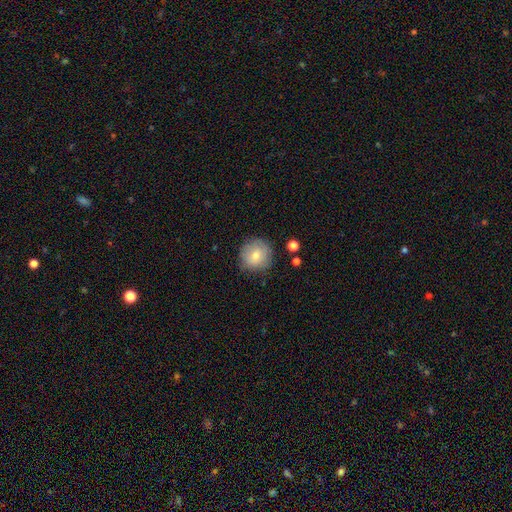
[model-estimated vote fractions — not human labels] A smooth galaxy with no disk features (71%) that is round (93%).

Vote fractions:
- Smooth or featured? smooth: 71% / featured or disk: 19% / star or artifact: 10%
- How rounded? round: 93% / in between: 6% / cigar-shaped: 1%
- Merging? none: 81% / minor disturbance: 14% / major disturbance: 3% / merger: 2%